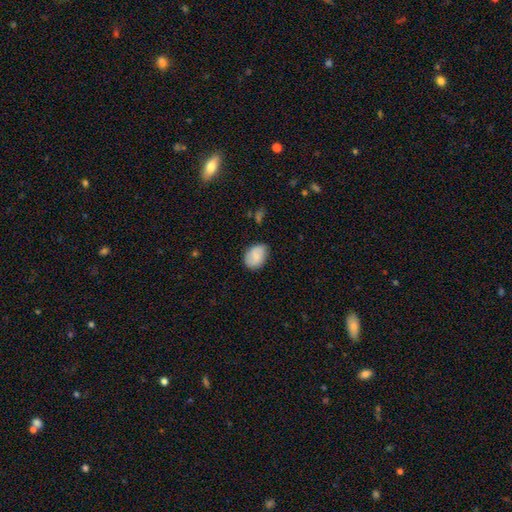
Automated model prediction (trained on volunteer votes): smooth 76%, featured or disk 17%, star or artifact 7%. Down the decision tree: how rounded — in between (79%); merging — none (77%).